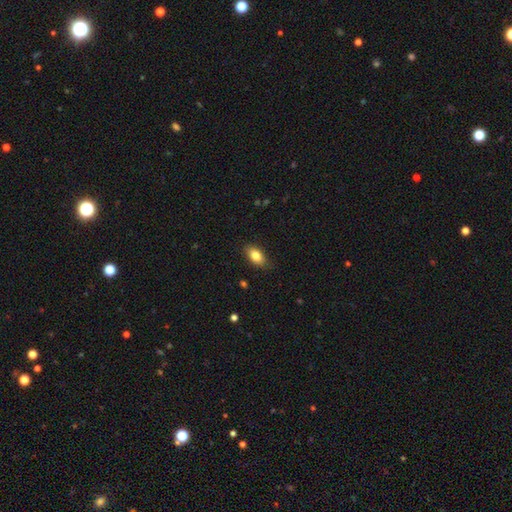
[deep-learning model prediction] This is clearly a smooth galaxy (82%). How rounded: clearly in between (90%). Merging: clearly none (85%).